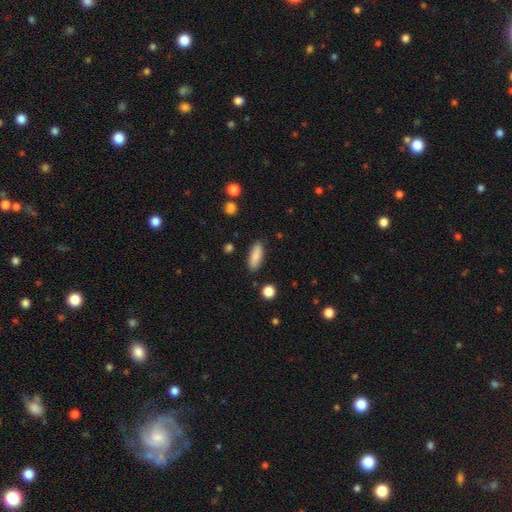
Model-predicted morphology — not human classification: A smooth galaxy with no disk features (85%) that is in between round and cigar-shaped (59%).

Vote fractions:
- Smooth or featured? smooth: 85% / featured or disk: 8% / star or artifact: 7%
- How rounded? in between: 59% / cigar-shaped: 39% / round: 2%
- Merging? none: 87% / minor disturbance: 9% / major disturbance: 2% / merger: 2%